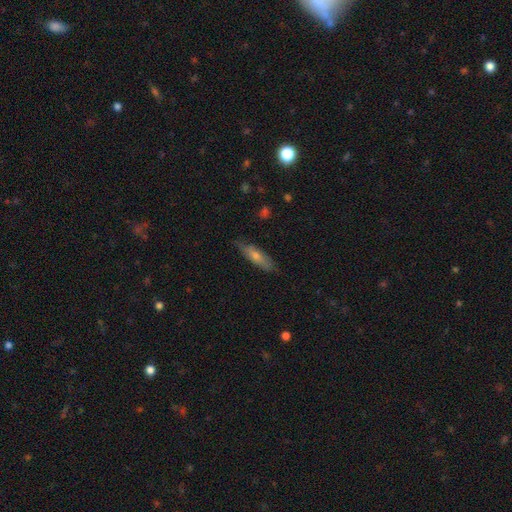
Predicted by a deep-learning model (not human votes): Morphology: type=smooth (52%); roundness=cigar-shaped (64%); merging=none (79%).